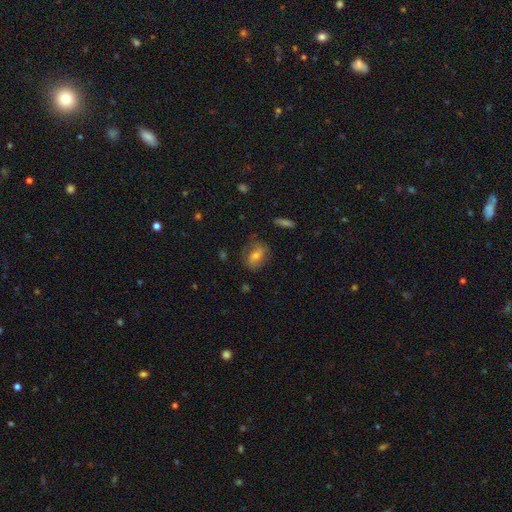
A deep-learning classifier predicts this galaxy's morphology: Smooth or featured? smooth (52%)
How rounded? in between (65%)
Merging? none (69%)